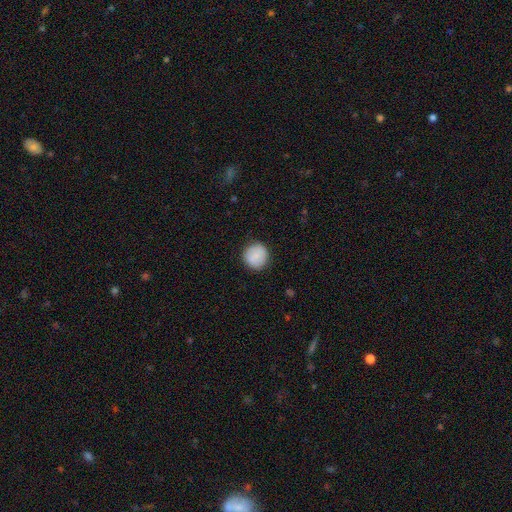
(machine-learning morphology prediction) This is clearly a smooth galaxy (84%). How rounded: clearly round (91%). Merging: clearly none (88%).